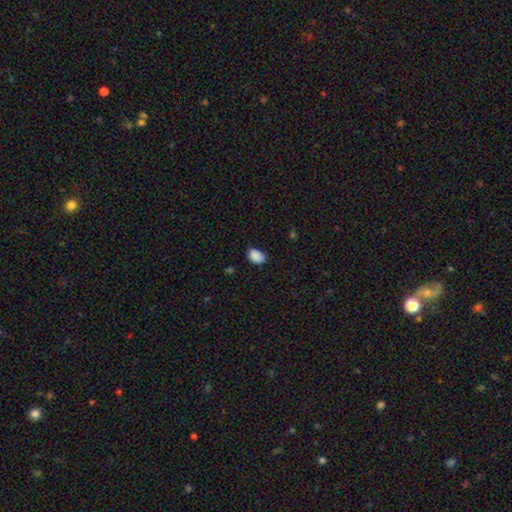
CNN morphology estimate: Smooth or featured?
  - smooth: 89% *
  - star or artifact: 8%
  - featured or disk: 3%
How rounded?
  - in between: 83% *
  - round: 16%
  - cigar-shaped: 1%
Merging?
  - none: 81% *
  - minor disturbance: 15%
  - major disturbance: 3%
  - merger: 1%